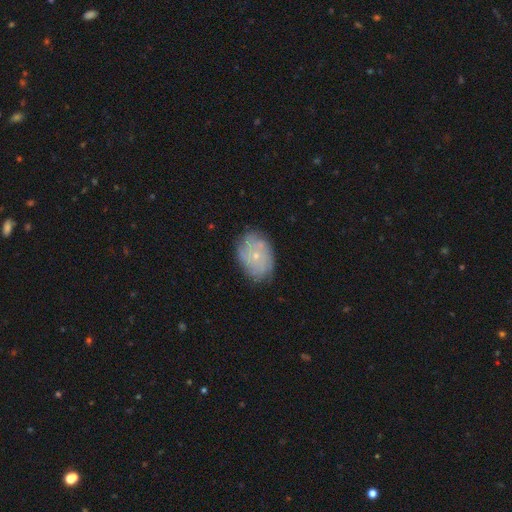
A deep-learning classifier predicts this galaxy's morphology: The model was most divided on "smooth or featured": featured or disk: 59%, smooth: 32%, star or artifact: 9%. More confident: edge-on disk — no (96%); bar — no (87%); bulge size — small (78%); merging — none (77%); spiral arms — yes (76%).